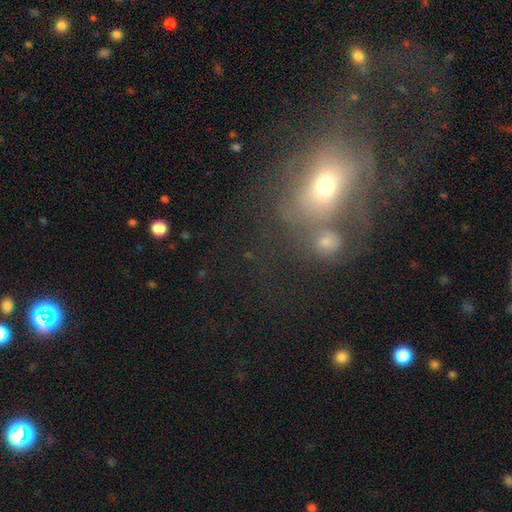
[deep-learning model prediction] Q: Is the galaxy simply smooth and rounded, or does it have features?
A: smooth — 42%.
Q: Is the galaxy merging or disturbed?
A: none — 37%.